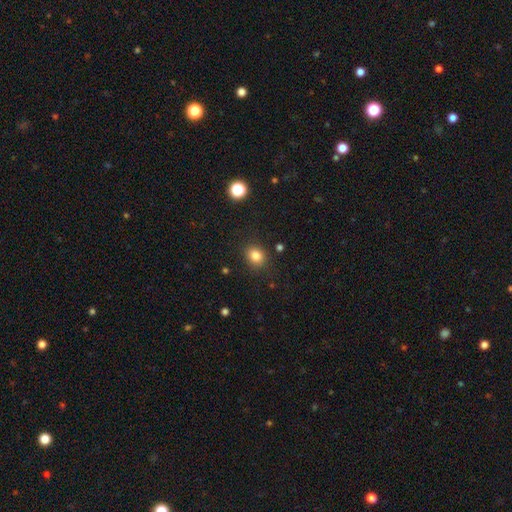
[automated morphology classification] Smooth or featured? Predicted: smooth (p=0.83). How rounded? Predicted: round (p=0.66). Merging? Predicted: none (p=0.86).